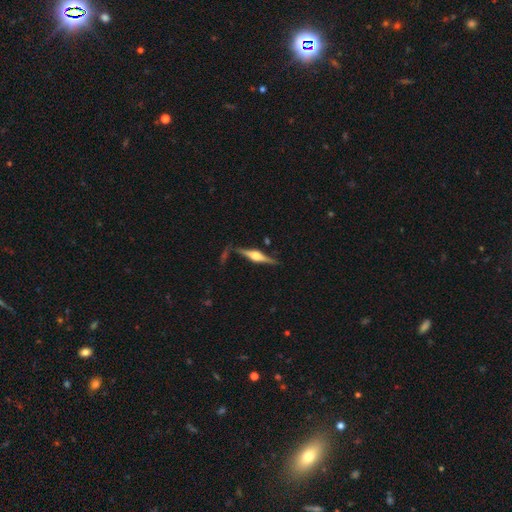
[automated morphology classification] smooth_or_featured: featured or disk (p=0.81) [alt: smooth p=0.14]
disk_edge_on: yes (p=0.98) [alt: no p=0.02]
edge_on_bulge: rounded (p=0.90) [alt: boxy p=0.08]
merging: none (p=0.81) [alt: minor disturbance p=0.12]